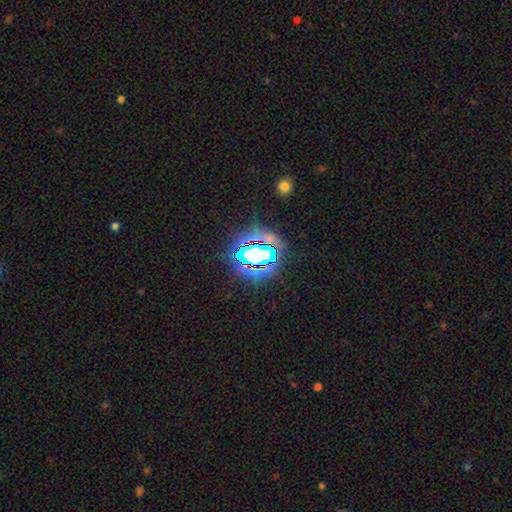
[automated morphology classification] Smooth or featured: star or artifact — 63% (smooth — 23%)